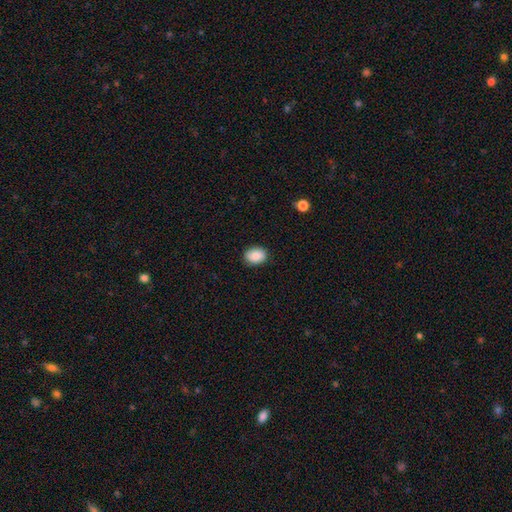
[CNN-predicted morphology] type=smooth (88%); roundness=in between (62%); merging=none (89%).